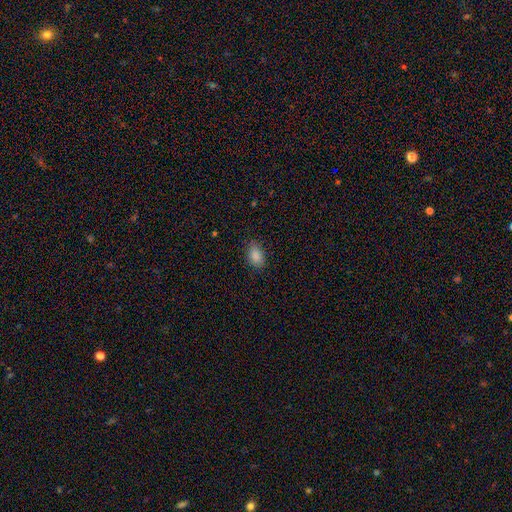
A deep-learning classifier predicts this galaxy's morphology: Smooth or featured? smooth (87%)
How rounded? in between (86%)
Merging? none (81%)